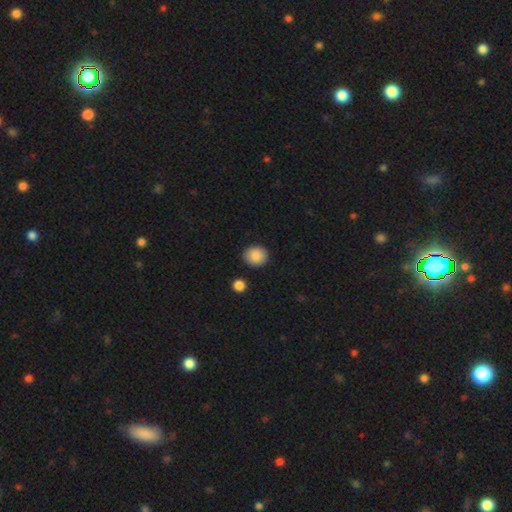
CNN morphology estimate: The model was most divided on "how rounded": round: 78%, in between: 21%, cigar-shaped: 1%. More confident: merging — none (89%); smooth or featured — smooth (88%).